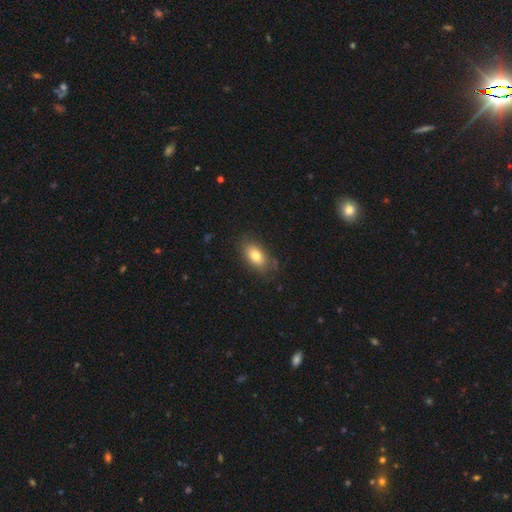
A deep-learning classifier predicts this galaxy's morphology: Smooth or featured? Predicted: smooth (p=0.78). How rounded? Predicted: in between (p=0.89). Merging? Predicted: none (p=0.79).